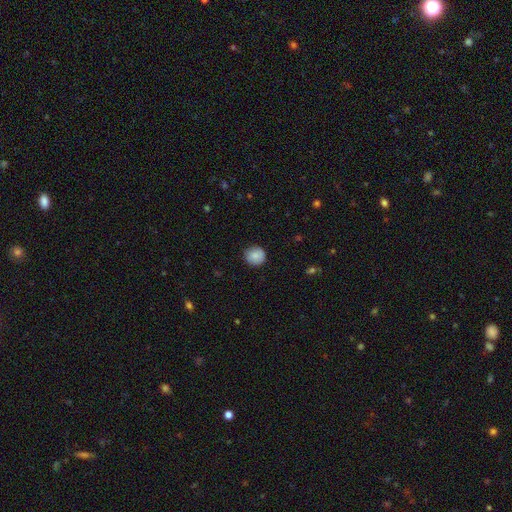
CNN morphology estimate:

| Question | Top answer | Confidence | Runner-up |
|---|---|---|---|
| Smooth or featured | smooth | 86% | star or artifact (8%) |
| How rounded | round | 91% | in between (8%) |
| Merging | none | 85% | minor disturbance (12%) |